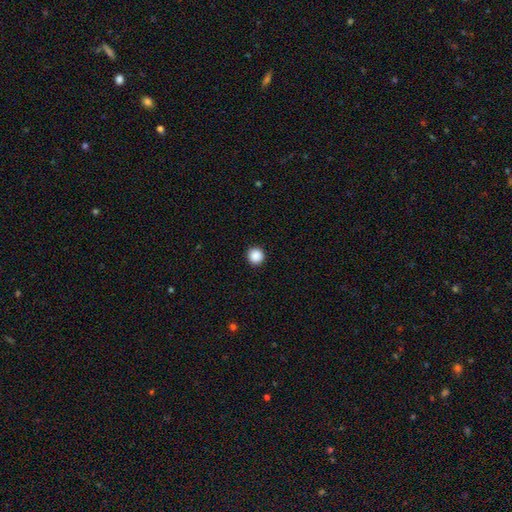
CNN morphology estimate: The model was most divided on "smooth or featured": smooth: 88%, star or artifact: 10%, featured or disk: 2%. More confident: how rounded — round (95%); merging — none (93%).